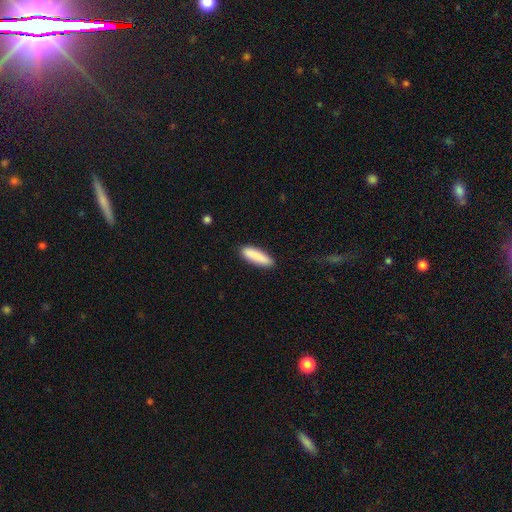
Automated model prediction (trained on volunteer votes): Overall: smooth (88%). How rounded: cigar-shaped (69%; in between 30%). Merging: none (89%).